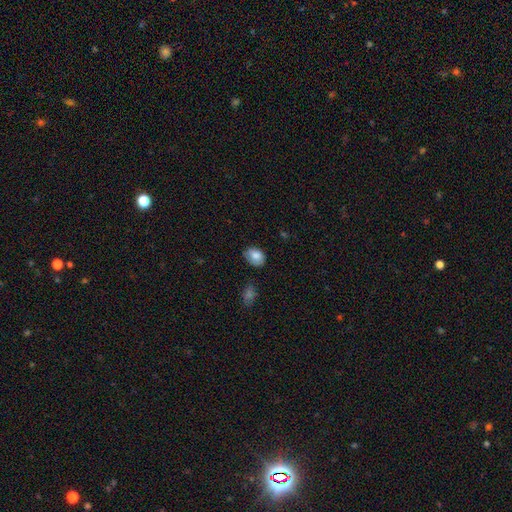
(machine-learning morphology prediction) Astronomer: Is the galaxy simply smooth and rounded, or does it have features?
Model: smooth — 82%.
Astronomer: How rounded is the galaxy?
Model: in between — 74%.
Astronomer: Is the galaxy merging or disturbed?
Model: none — 65%.